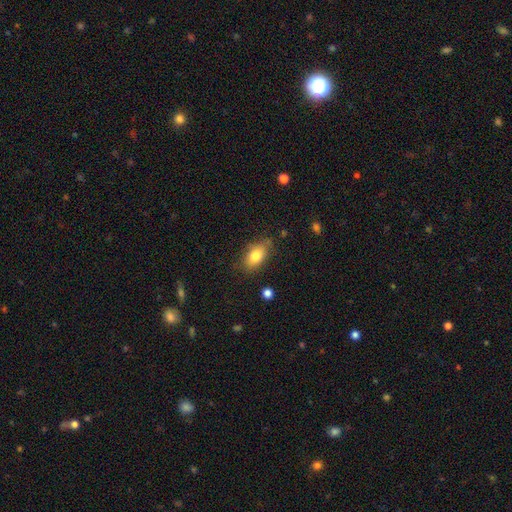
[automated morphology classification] The model was most divided on "merging": none: 75%, minor disturbance: 18%, major disturbance: 4%, merger: 2%. More confident: how rounded — in between (87%); smooth or featured — smooth (81%).